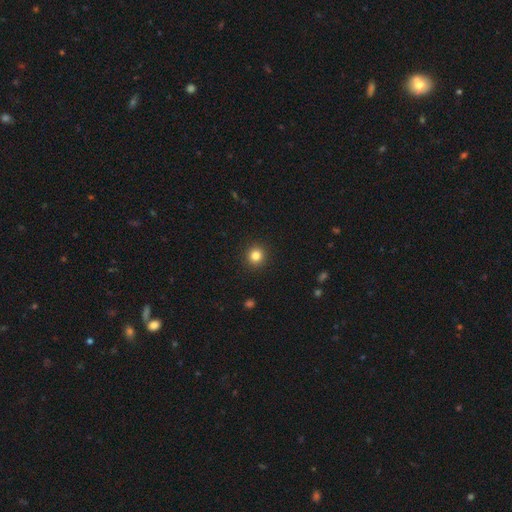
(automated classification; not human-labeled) Overall: smooth (83%). How rounded: round (94%). Merging: none (93%).